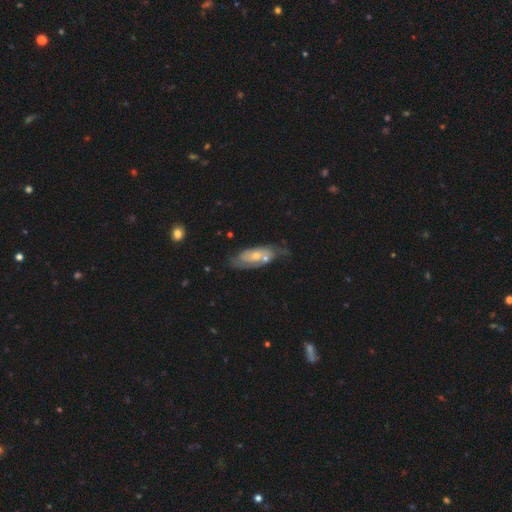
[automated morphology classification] Q: Smooth or featured?
A: featured or disk (62%); runner-up: smooth (31%)
Q: Edge-on disk?
A: no (86%); runner-up: yes (14%)
Q: Bar?
A: no (74%); runner-up: weak (22%)
Q: Spiral arms?
A: yes (75%); runner-up: no (25%)
Q: Bulge size?
A: small (53%); runner-up: moderate (41%)
Q: Merging?
A: none (52%); runner-up: minor disturbance (24%)